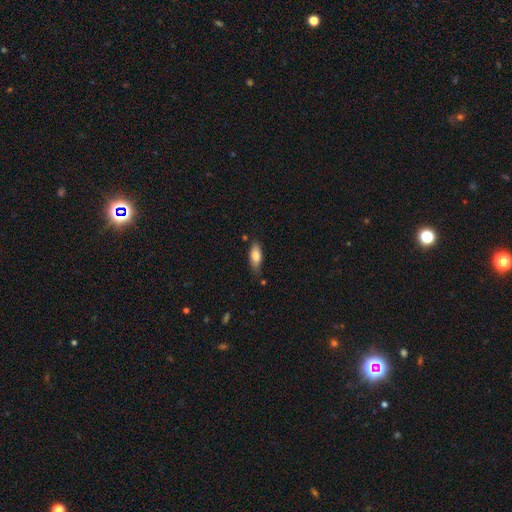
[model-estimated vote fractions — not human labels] A smooth galaxy with no disk features (79%) that is in between round and cigar-shaped (73%).

Vote fractions:
- Smooth or featured? smooth: 79% / featured or disk: 15% / star or artifact: 7%
- How rounded? in between: 73% / cigar-shaped: 25% / round: 2%
- Merging? none: 70% / minor disturbance: 22% / major disturbance: 4% / merger: 3%